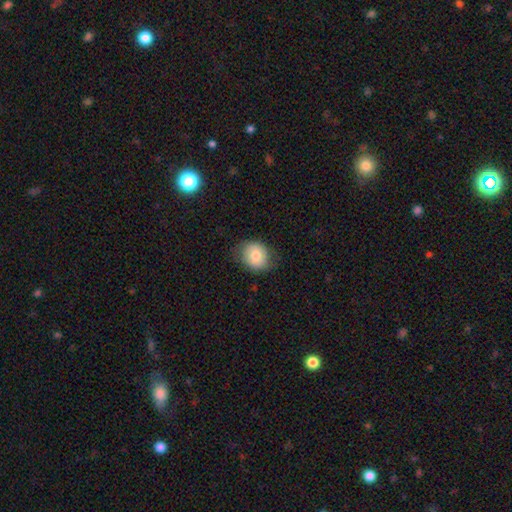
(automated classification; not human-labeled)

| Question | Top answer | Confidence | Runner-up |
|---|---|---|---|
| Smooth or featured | smooth | 78% | featured or disk (14%) |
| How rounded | round | 66% | in between (33%) |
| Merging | none | 76% | minor disturbance (18%) |